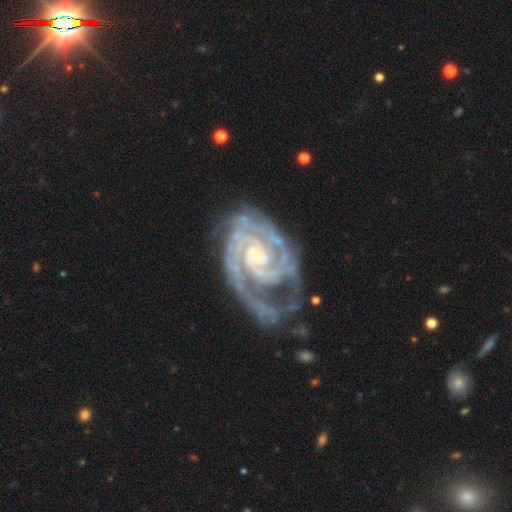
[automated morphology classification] Smooth or featured?
  - featured or disk: 92% *
  - star or artifact: 5%
  - smooth: 3%
Edge-on disk?
  - no: 98% *
  - yes: 2%
Bar?
  - no: 57% *
  - weak: 30%
  - strong: 13%
Spiral arms?
  - yes: 98% *
  - no: 2%
Spiral winding?
  - tight: 73% *
  - medium: 24%
  - loose: 3%
Spiral arm count?
  - 2: 45% *
  - 3: 22%
  - can't tell: 13%
  - 4: 8%
  - 1: 6%
  - more than 4: 6%
Bulge size?
  - small: 75% *
  - moderate: 20%
  - none: 3%
  - large: 1%
  - dominant: 1%
Merging?
  - none: 53% *
  - minor disturbance: 25%
  - major disturbance: 20%
  - merger: 3%